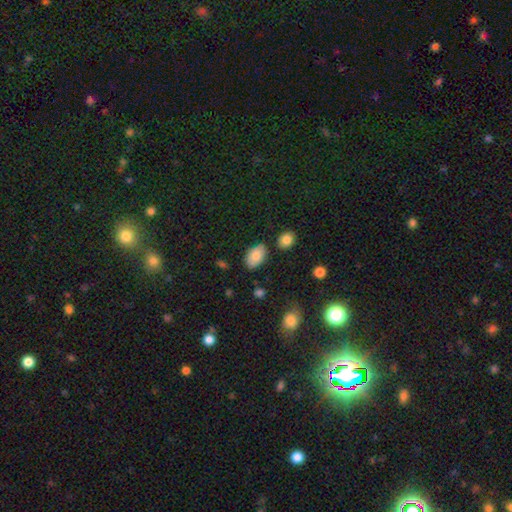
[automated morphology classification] smooth_or_featured: smooth (p=0.84) [alt: featured or disk p=0.08]
how_rounded: in between (p=0.92) [alt: round p=0.06]
merging: none (p=0.79) [alt: minor disturbance p=0.14]